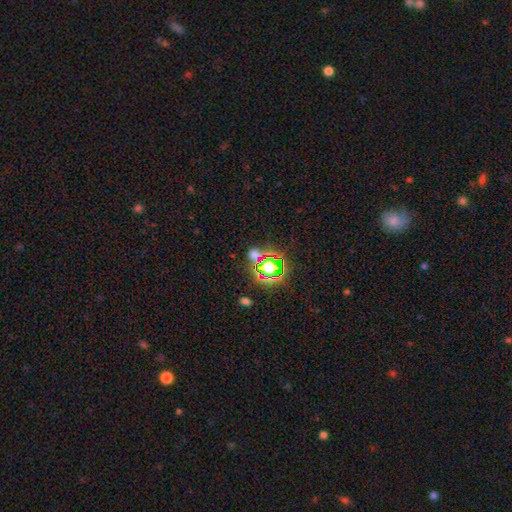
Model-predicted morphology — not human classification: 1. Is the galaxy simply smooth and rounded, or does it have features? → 57% star or artifact, 34% smooth, 9% featured or disk.